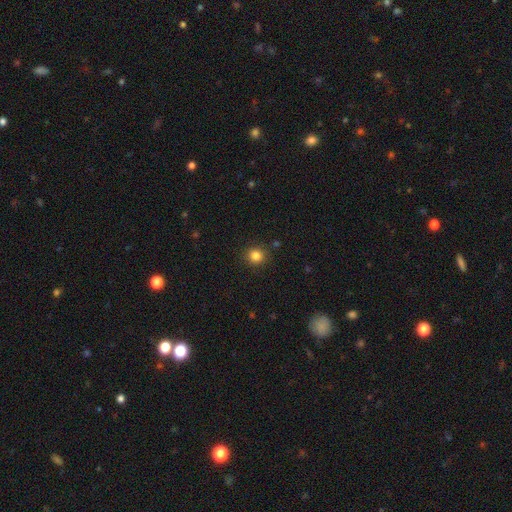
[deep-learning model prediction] Morphology: type=smooth (83%); roundness=round (92%); merging=none (90%).